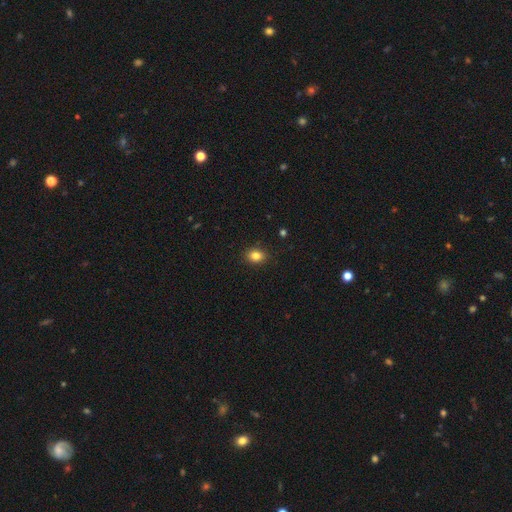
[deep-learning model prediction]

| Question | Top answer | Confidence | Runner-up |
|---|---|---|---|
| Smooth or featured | smooth | 84% | star or artifact (10%) |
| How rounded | in between | 61% | round (38%) |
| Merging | none | 89% | minor disturbance (8%) |